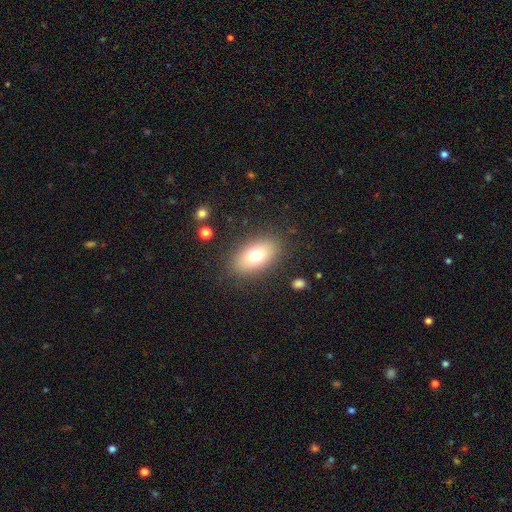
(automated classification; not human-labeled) Smooth or featured? Predicted: smooth (p=0.73). How rounded? Predicted: in between (p=0.88). Merging? Predicted: none (p=0.85).